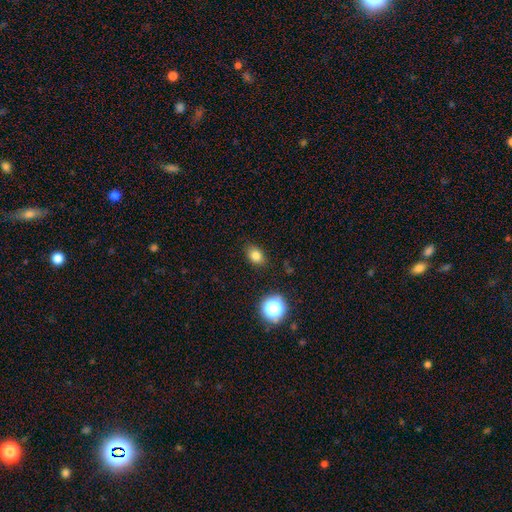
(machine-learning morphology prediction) Smooth or featured: smooth — 79% (star or artifact — 14%)
How rounded: in between — 67% (round — 31%)
Merging: none — 84% (minor disturbance — 11%)